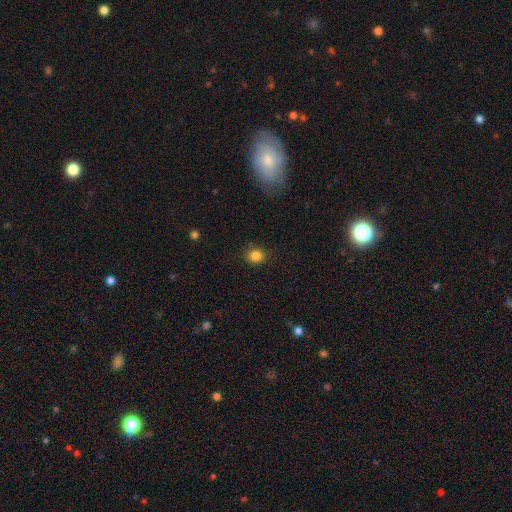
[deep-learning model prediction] This appears to be a smooth galaxy with no disk features (84%) that is round (76%). Merging: none (88%).